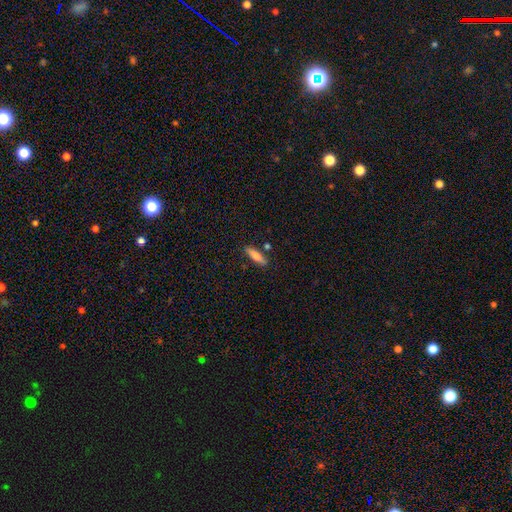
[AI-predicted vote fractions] Overall: smooth (75%). How rounded: cigar-shaped (65%; in between 33%). Merging: none (83%).